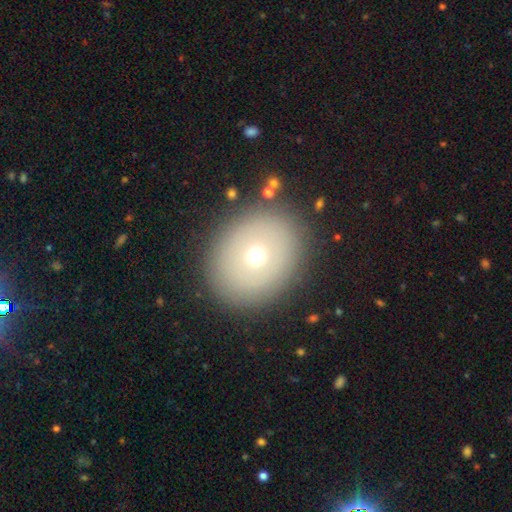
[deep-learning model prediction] Smooth or featured?
  - smooth: 64% *
  - featured or disk: 23%
  - star or artifact: 13%
How rounded?
  - round: 64% *
  - in between: 35%
  - cigar-shaped: 1%
Merging?
  - none: 87% *
  - minor disturbance: 8%
  - major disturbance: 3%
  - merger: 2%